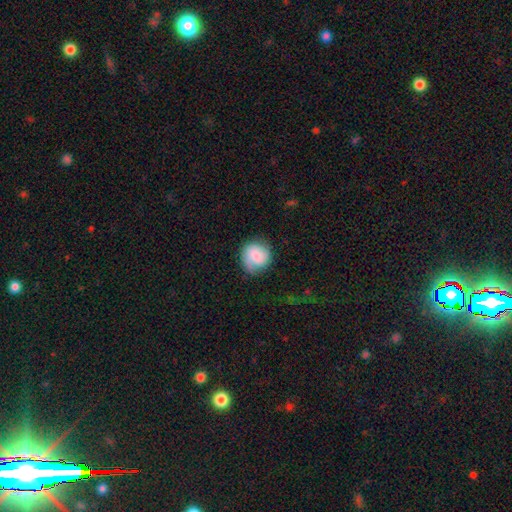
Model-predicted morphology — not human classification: Overall: smooth (55%; featured or disk 38%). How rounded: round (84%). Merging: none (74%).